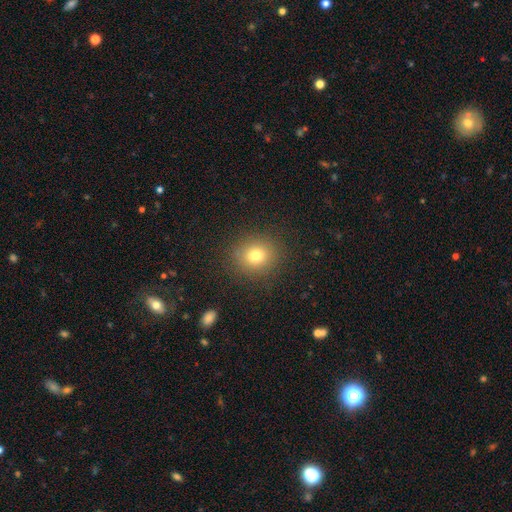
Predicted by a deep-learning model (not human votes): The model was most divided on "how rounded": round: 77%, in between: 22%, cigar-shaped: 1%. More confident: merging — none (88%); smooth or featured — smooth (77%).